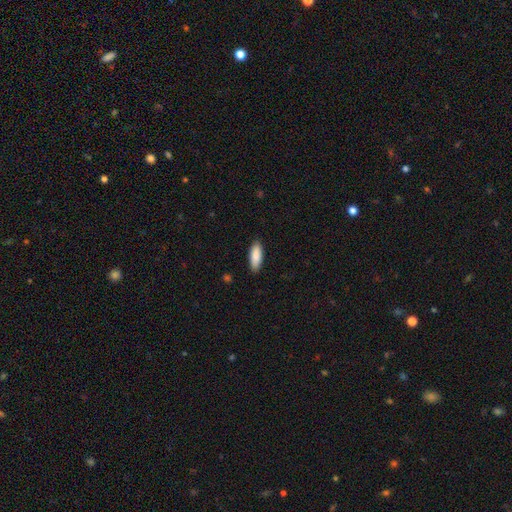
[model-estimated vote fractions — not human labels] smooth-or-featured: smooth: 89% | featured or disk: 6% | star or artifact: 6%
  how-rounded: in between: 70% | cigar-shaped: 28% | round: 2%
  merging: none: 88% | minor disturbance: 9% | major disturbance: 2% | merger: 1%